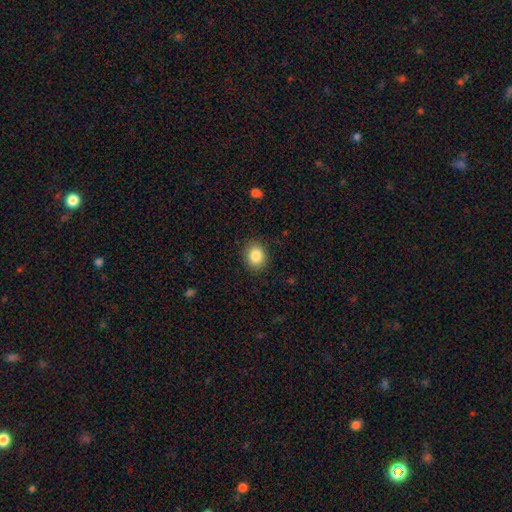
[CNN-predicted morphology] Smooth or featured?
  - smooth: 85% *
  - star or artifact: 9%
  - featured or disk: 5%
How rounded?
  - round: 62% *
  - in between: 37%
  - cigar-shaped: 1%
Merging?
  - none: 88% *
  - minor disturbance: 9%
  - major disturbance: 3%
  - merger: 1%